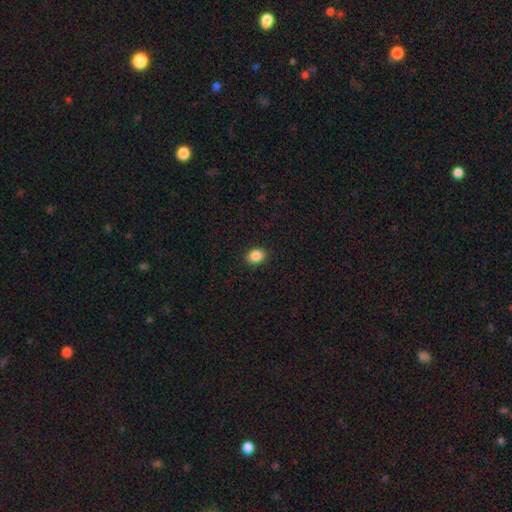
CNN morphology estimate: Overall: smooth (87%). How rounded: round (53%; in between 46%). Merging: none (91%).